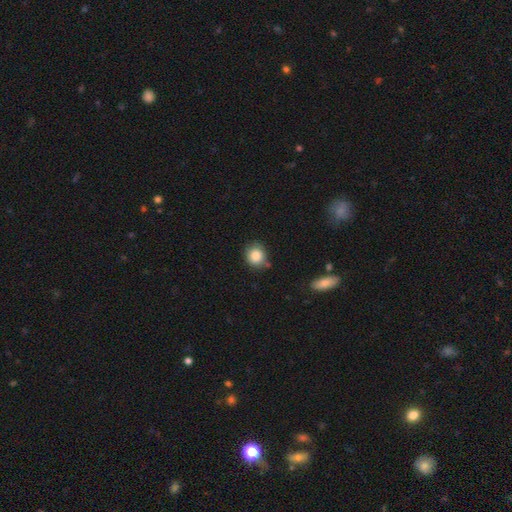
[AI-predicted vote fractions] smooth-or-featured: smooth: 85% | star or artifact: 9% | featured or disk: 6%
  how-rounded: round: 79% | in between: 20% | cigar-shaped: 1%
  merging: none: 75% | minor disturbance: 17% | merger: 4% | major disturbance: 3%